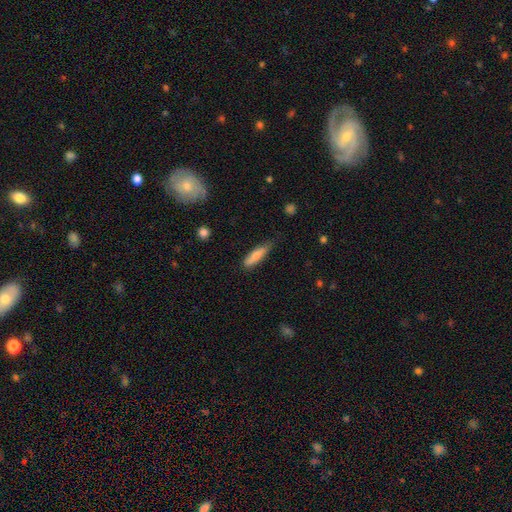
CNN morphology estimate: This is likely a smooth galaxy (77%). How rounded: likely cigar-shaped (68%). Merging: likely none (67%).